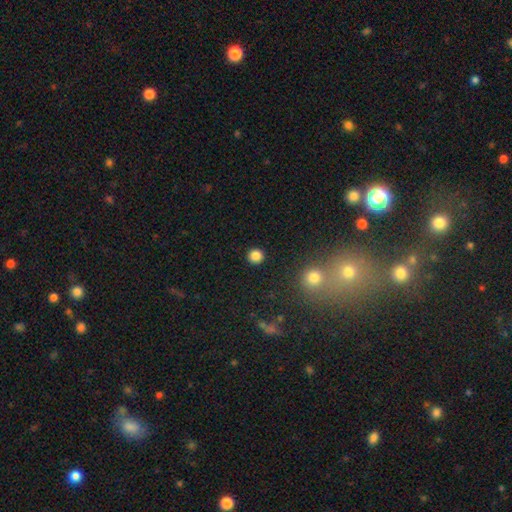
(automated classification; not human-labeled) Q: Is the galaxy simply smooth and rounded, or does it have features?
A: smooth — 84%.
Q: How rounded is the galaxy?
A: round — 93%.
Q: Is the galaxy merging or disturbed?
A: none — 92%.